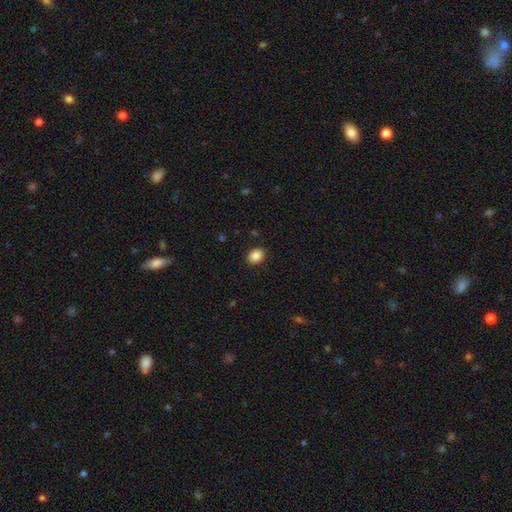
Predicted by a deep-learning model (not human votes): A smooth galaxy with no disk features (88%) that is in between round and cigar-shaped (57%). Merging: none (89%).